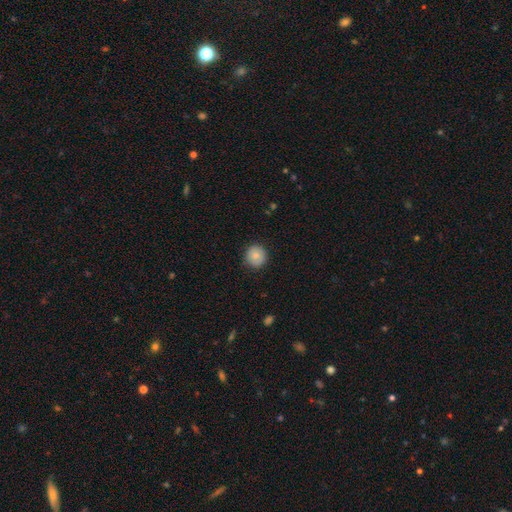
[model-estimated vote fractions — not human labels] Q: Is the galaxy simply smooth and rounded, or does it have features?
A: smooth — 80%.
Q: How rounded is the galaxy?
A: round — 92%.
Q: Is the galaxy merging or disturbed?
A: none — 88%.